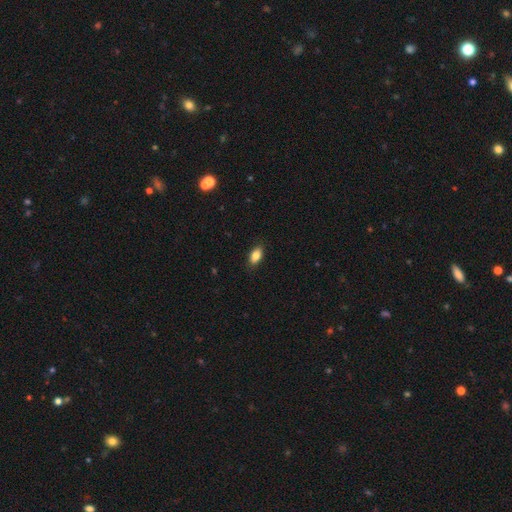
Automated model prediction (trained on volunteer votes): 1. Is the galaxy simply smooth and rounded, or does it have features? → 85% smooth, 8% star or artifact, 7% featured or disk.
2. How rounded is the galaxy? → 90% in between, 6% round, 4% cigar-shaped.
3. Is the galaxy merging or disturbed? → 87% none, 10% minor disturbance, 2% major disturbance, 1% merger.